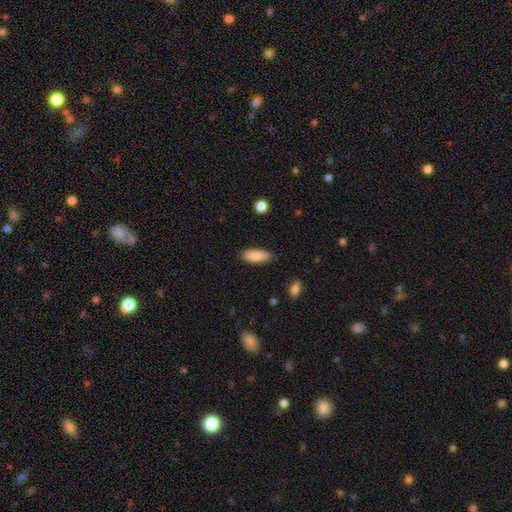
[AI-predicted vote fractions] Smooth or featured? Predicted: smooth (p=0.87). How rounded? Predicted: in between (p=0.63). Merging? Predicted: none (p=0.86).